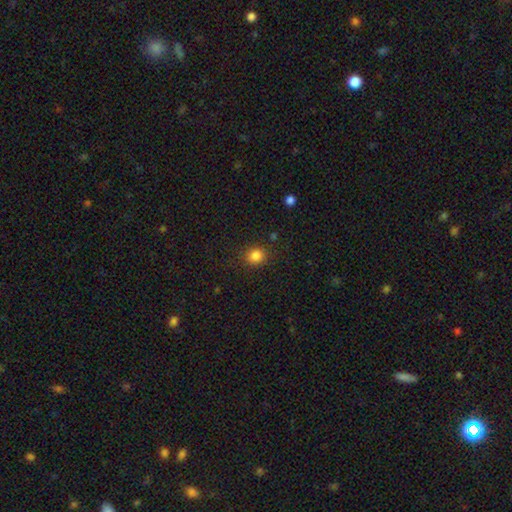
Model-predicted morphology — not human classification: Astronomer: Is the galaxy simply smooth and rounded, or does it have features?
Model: smooth — 84%.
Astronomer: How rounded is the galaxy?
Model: round — 78%.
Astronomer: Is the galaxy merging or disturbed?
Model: none — 86%.